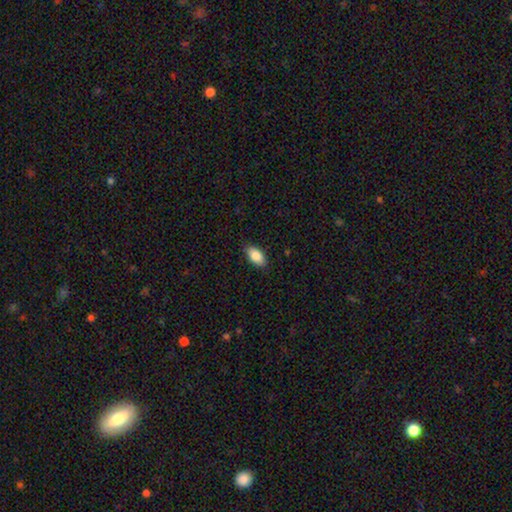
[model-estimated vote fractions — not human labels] This is clearly a smooth galaxy (86%). How rounded: clearly in between (92%). Merging: clearly none (87%).